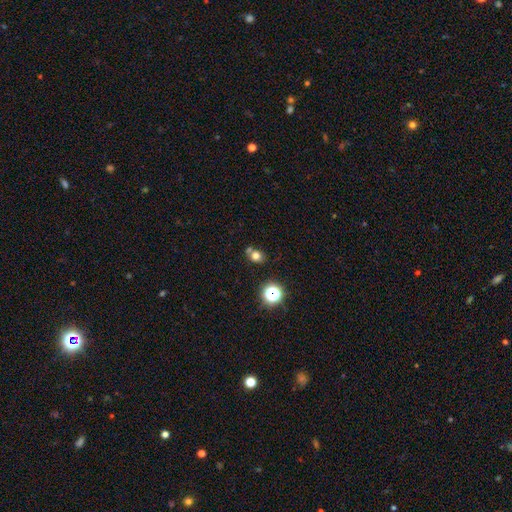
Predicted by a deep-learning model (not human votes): Overall: smooth (71%). How rounded: round (65%; in between 34%). Merging: none (61%; merger 22%).